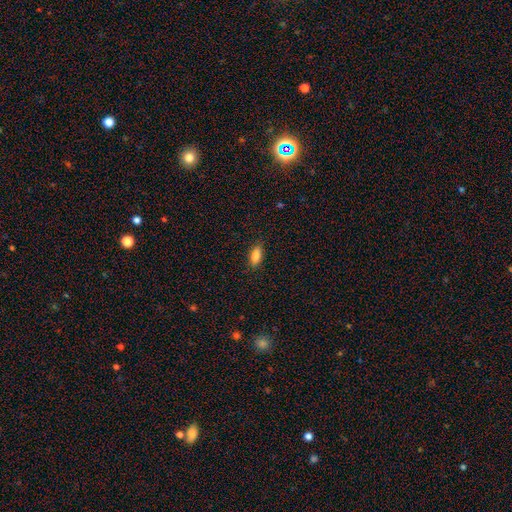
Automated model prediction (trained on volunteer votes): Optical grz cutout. It shows a smooth galaxy with no disk features (86%) that is in between round and cigar-shaped (83%). Merging: none (85%).